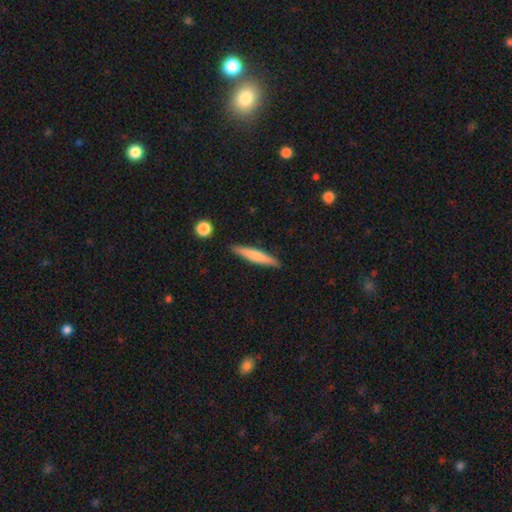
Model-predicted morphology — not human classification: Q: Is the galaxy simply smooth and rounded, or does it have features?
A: smooth — 57%.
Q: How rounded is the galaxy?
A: cigar-shaped — 92%.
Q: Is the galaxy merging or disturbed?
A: none — 90%.